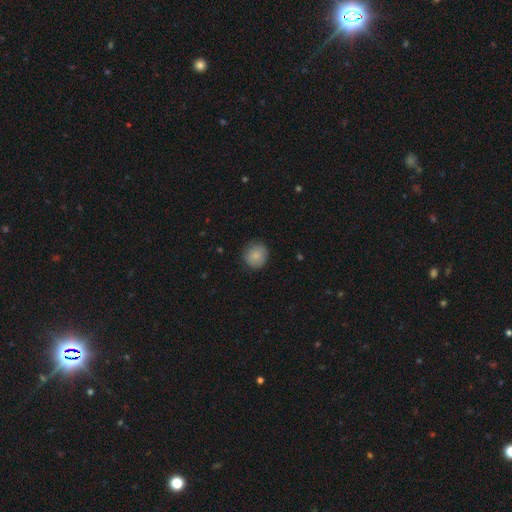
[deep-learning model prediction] The model was most divided on "merging": none: 83%, minor disturbance: 13%, major disturbance: 3%, merger: 1%. More confident: how rounded — round (89%); smooth or featured — smooth (83%).